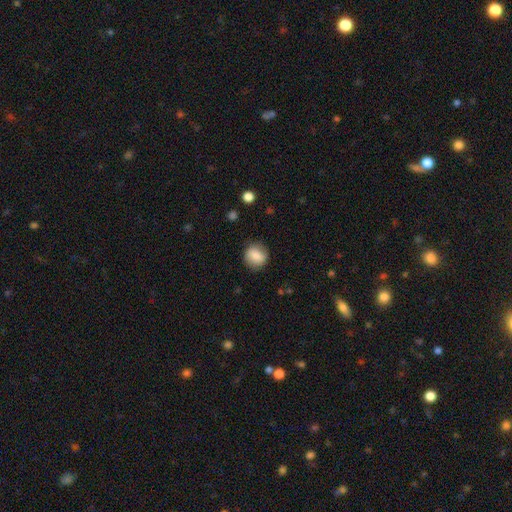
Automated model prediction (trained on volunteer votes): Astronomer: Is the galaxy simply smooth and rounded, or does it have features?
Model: smooth — 81%.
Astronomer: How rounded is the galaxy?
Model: round — 81%.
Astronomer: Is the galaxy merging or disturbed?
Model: none — 84%.